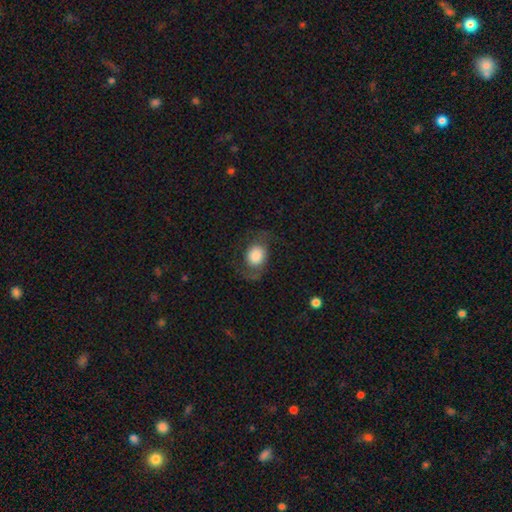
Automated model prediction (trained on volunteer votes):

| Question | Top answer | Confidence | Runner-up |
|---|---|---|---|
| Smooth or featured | smooth | 57% | featured or disk (35%) |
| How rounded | round | 59% | in between (40%) |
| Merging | none | 65% | minor disturbance (18%) |